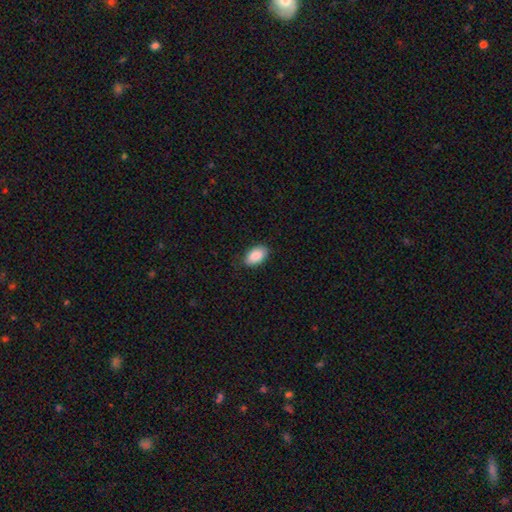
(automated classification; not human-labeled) A smooth galaxy with no disk features (89%) that is in between round and cigar-shaped (94%). Merging: none (82%).